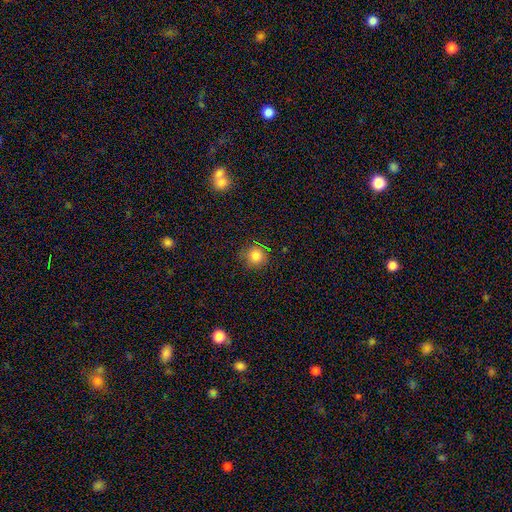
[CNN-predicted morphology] Q: Smooth or featured?
A: smooth (81%); runner-up: star or artifact (14%)
Q: How rounded?
A: round (93%); runner-up: in between (6%)
Q: Merging?
A: none (85%); runner-up: minor disturbance (11%)